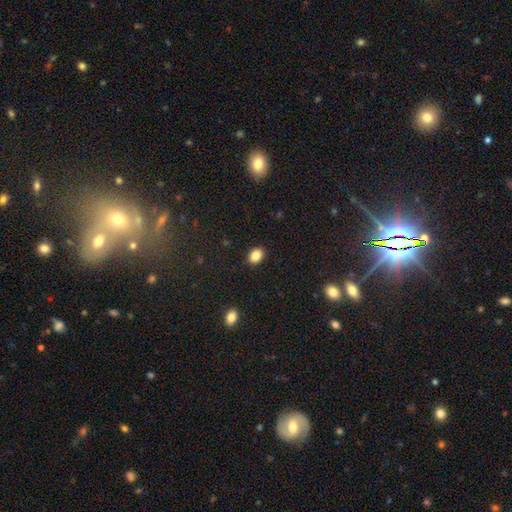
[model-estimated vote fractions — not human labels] This is clearly a smooth galaxy (87%). How rounded: likely in between (66%). Merging: clearly none (90%).